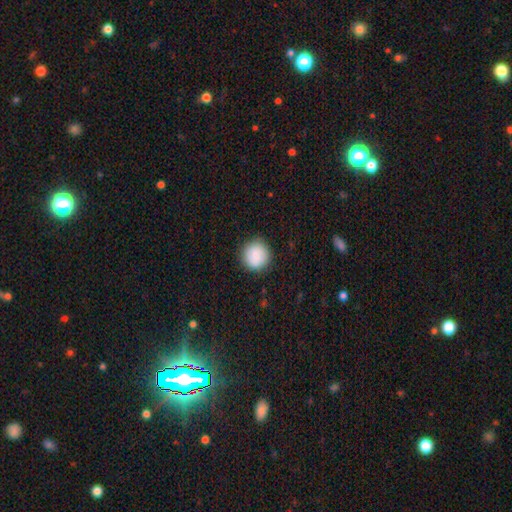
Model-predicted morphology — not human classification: Overall: smooth (87%). How rounded: round (92%). Merging: none (88%).